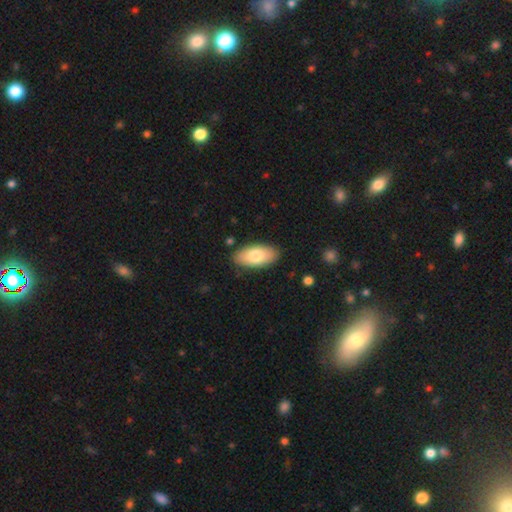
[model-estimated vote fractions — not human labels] A smooth galaxy with no disk features (77%) that is in between round and cigar-shaped (92%).

Vote fractions:
- Smooth or featured? smooth: 77% / featured or disk: 18% / star or artifact: 6%
- How rounded? in between: 92% / cigar-shaped: 6% / round: 2%
- Merging? none: 87% / minor disturbance: 9% / major disturbance: 2% / merger: 1%